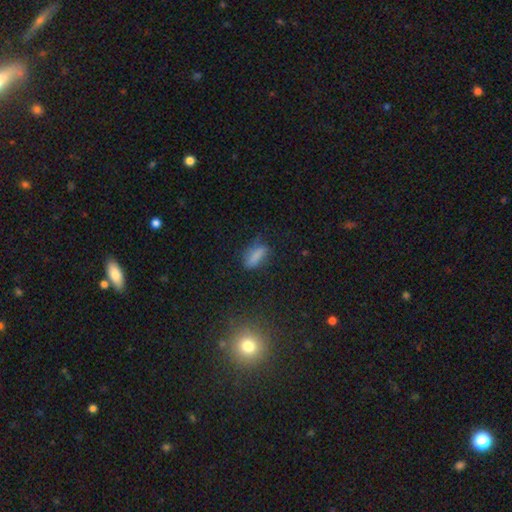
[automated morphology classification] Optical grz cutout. It shows a smooth galaxy with no disk features (78%) that is in between round and cigar-shaped (69%). Merging: none (59%).